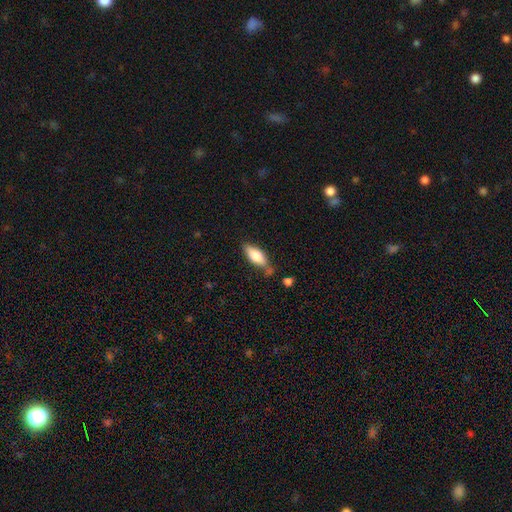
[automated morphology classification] The model was most divided on "merging": none: 66%, minor disturbance: 21%, merger: 8%, major disturbance: 5%. More confident: how rounded — in between (77%); smooth or featured — smooth (75%).